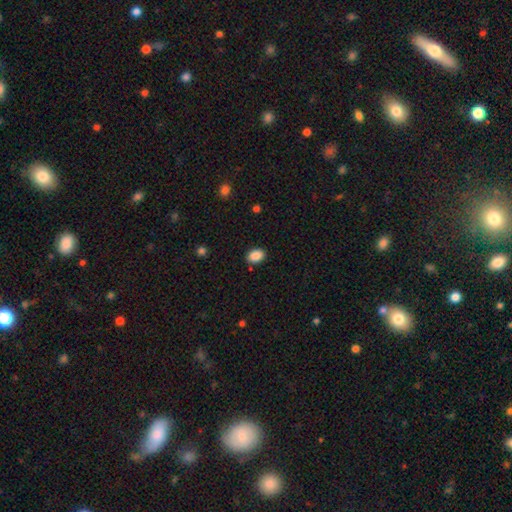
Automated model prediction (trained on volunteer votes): This appears to be a smooth galaxy with no disk features (88%) that is in between round and cigar-shaped (81%). Merging: none (87%).